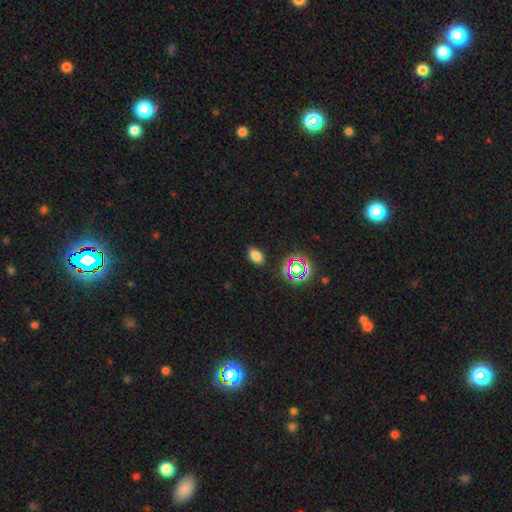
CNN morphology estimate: smooth 75%, star or artifact 19%, featured or disk 6%. Down the decision tree: how rounded — in between (87%); merging — none (86%).